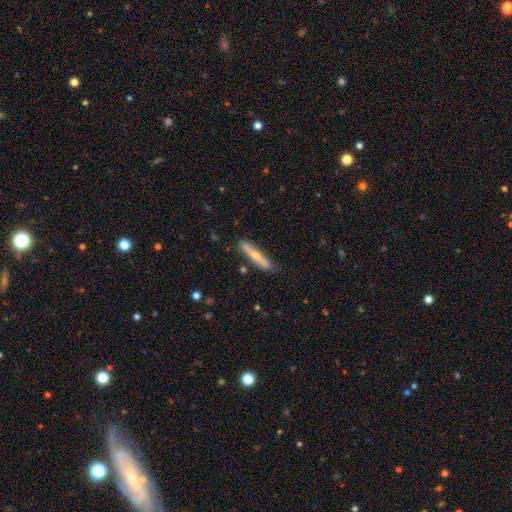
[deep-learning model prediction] featured or disk 50%, smooth 44%, star or artifact 6%. Down the decision tree: edge-on disk — yes (87%); merging — none (81%).